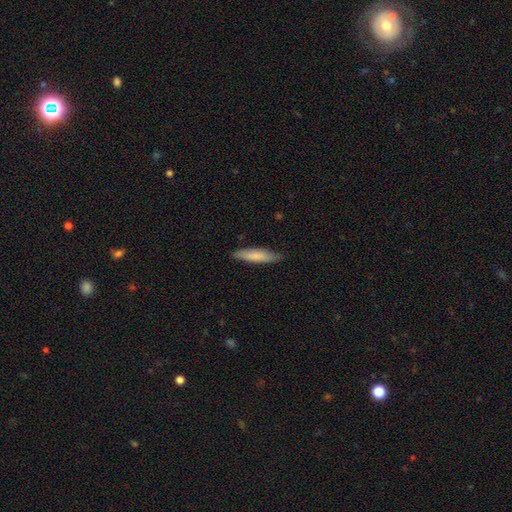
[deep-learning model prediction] Smooth or featured: smooth — 76% (featured or disk — 19%)
How rounded: cigar-shaped — 81% (in between — 18%)
Merging: none — 85% (minor disturbance — 12%)